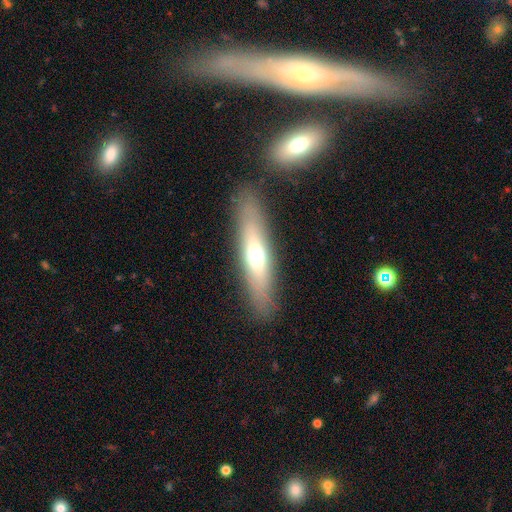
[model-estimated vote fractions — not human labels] Smooth or featured: smooth — 52% (featured or disk — 40%)
How rounded: cigar-shaped — 69% (in between — 29%)
Merging: none — 86% (minor disturbance — 9%)